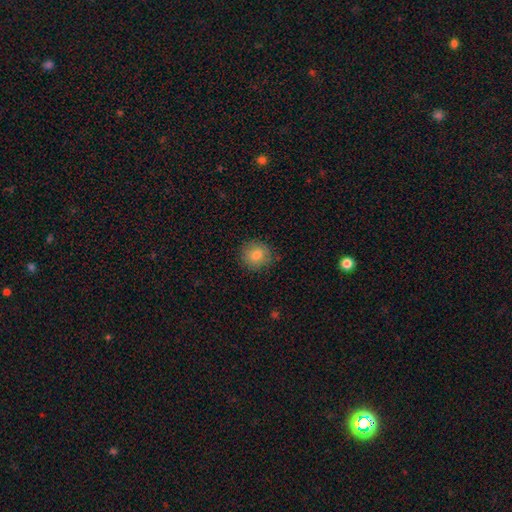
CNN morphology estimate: type=smooth (81%); roundness=round (84%); merging=none (83%).